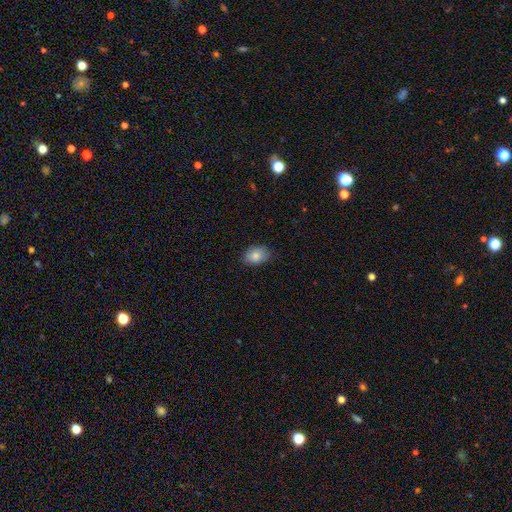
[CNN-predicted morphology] This is clearly a smooth galaxy (84%). How rounded: clearly in between (81%). Merging: clearly none (82%).